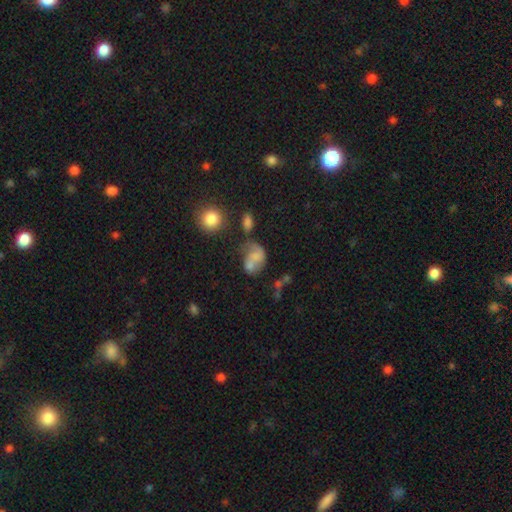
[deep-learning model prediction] smooth 51%, featured or disk 38%, star or artifact 11%. Down the decision tree: how rounded — in between (61%); merging — merger (39%).